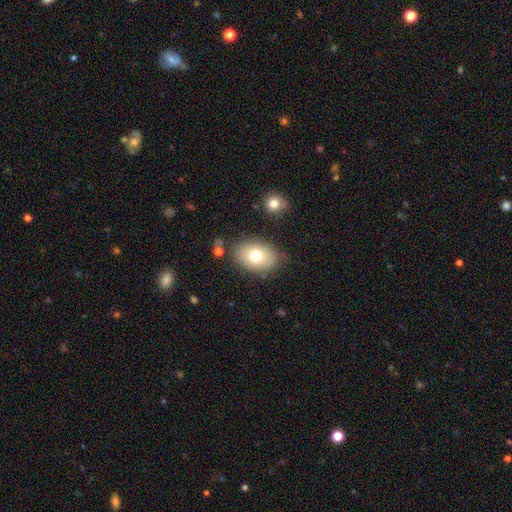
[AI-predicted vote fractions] This is likely a smooth galaxy (74%). How rounded: likely in between (76%). Merging: likely none (79%).